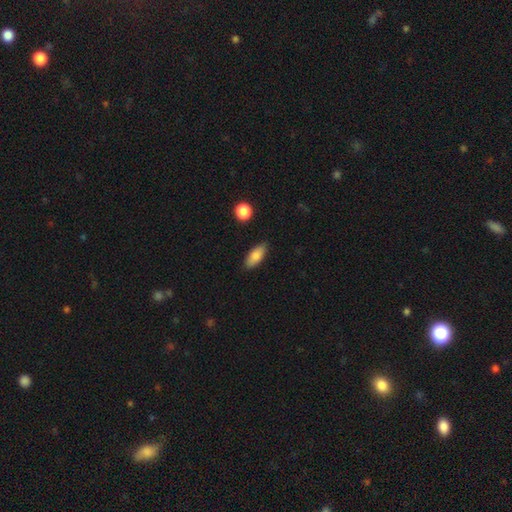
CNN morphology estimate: Smooth or featured: smooth — 82% (featured or disk — 11%)
How rounded: in between — 82% (cigar-shaped — 15%)
Merging: none — 83% (minor disturbance — 12%)